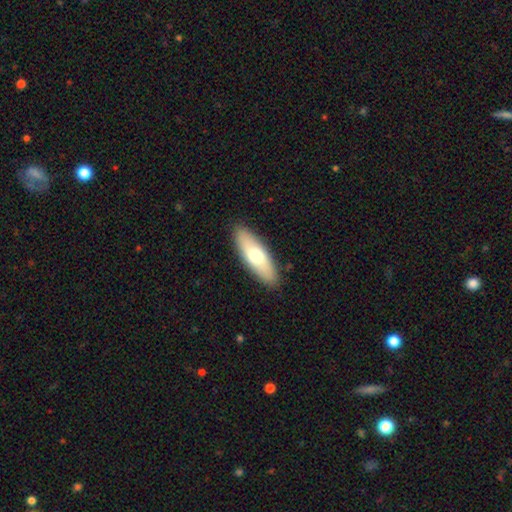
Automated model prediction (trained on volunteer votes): A smooth galaxy with no disk features (67%) that is in between round and cigar-shaped (55%). Merging: none (90%).